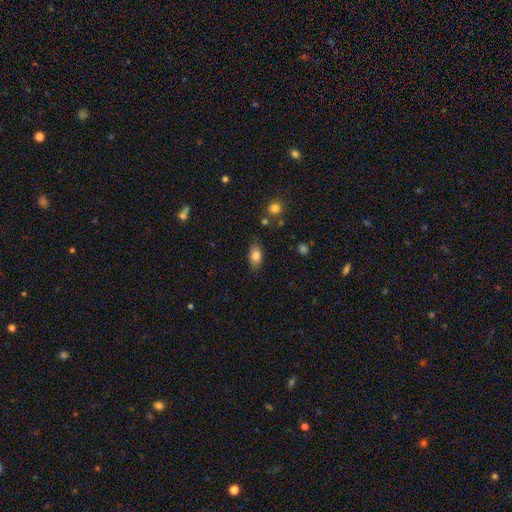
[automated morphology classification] smooth_or_featured: smooth (p=0.82) [alt: featured or disk p=0.09]
how_rounded: in between (p=0.85) [alt: round p=0.12]
merging: none (p=0.81) [alt: minor disturbance p=0.14]